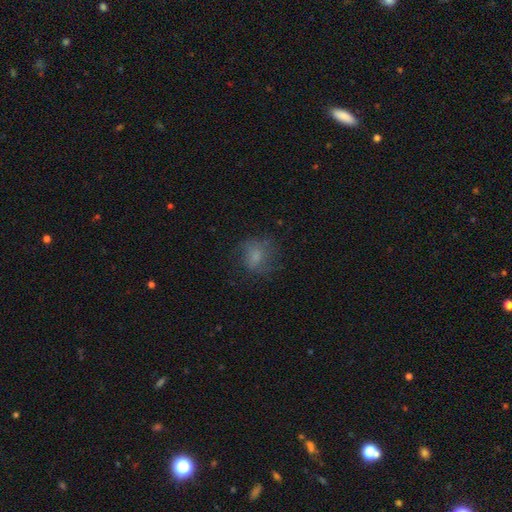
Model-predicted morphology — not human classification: Smooth or featured: smooth — 62% (featured or disk — 25%)
How rounded: round — 67% (in between — 32%)
Merging: none — 59% (minor disturbance — 21%)